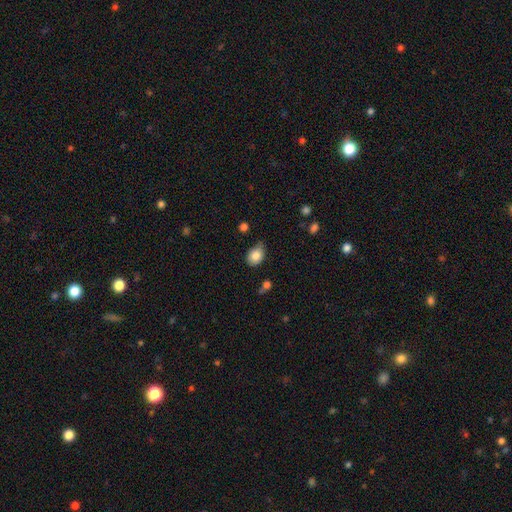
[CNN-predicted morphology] The model was most divided on "merging": none: 61%, minor disturbance: 32%, major disturbance: 5%, merger: 3%. More confident: smooth or featured — smooth (82%); how rounded — in between (71%).